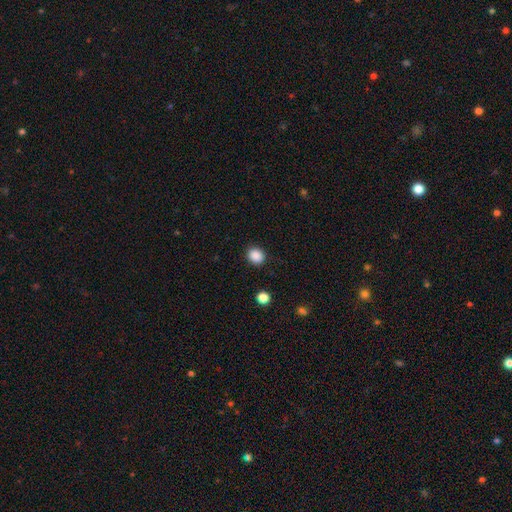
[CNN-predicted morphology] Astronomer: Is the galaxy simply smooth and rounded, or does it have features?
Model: smooth — 88%.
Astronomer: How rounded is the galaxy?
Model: round — 73%.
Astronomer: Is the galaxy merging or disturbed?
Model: none — 88%.